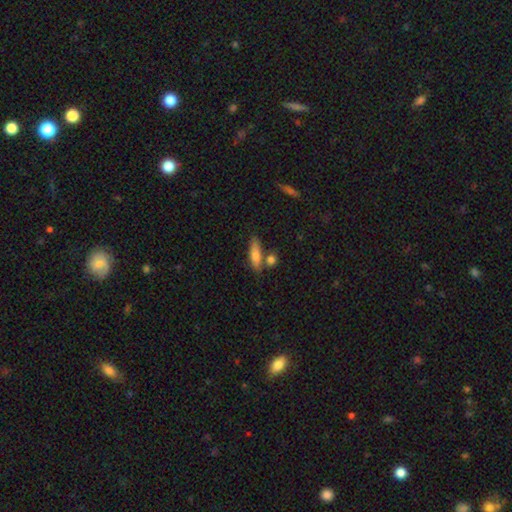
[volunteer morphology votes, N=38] Overall: smooth (76%). How rounded: cigar-shaped (62%; in between 34%). Merging: none (62%; merger 30%).